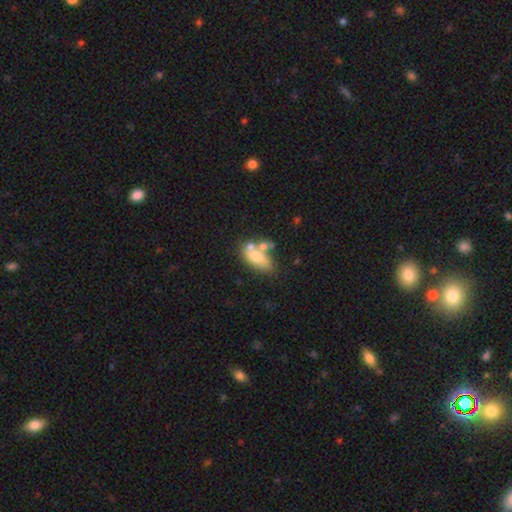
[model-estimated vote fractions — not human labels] This is likely a smooth galaxy (65%). How rounded: clearly in between (83%). Merging: marginally merger (38%).